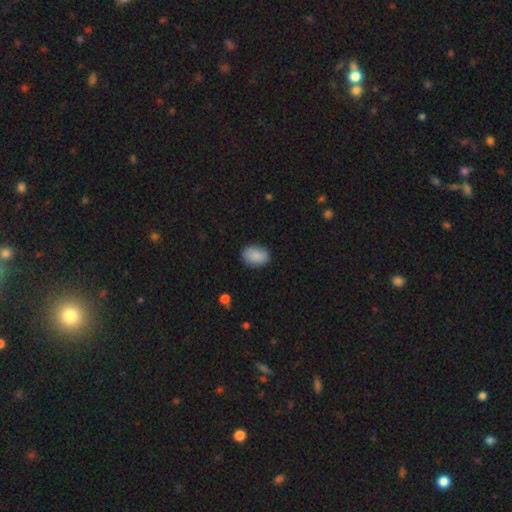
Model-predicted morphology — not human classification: Smooth or featured? Predicted: smooth (p=0.88). How rounded? Predicted: in between (p=0.80). Merging? Predicted: none (p=0.85).